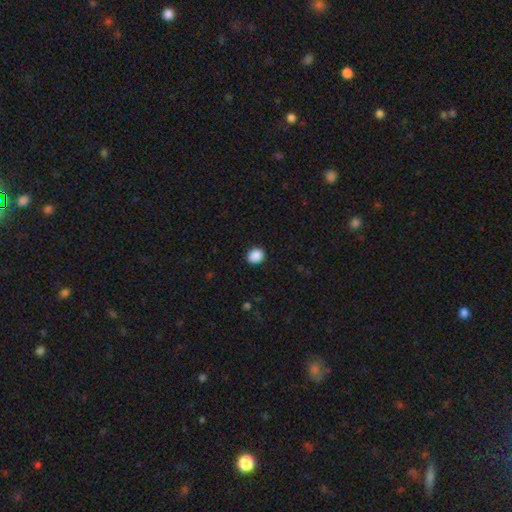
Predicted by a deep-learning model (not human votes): smooth-or-featured: smooth: 89% | star or artifact: 9% | featured or disk: 2%
  how-rounded: round: 67% | in between: 33% | cigar-shaped: 1%
  merging: none: 90% | minor disturbance: 7% | major disturbance: 2% | merger: 1%